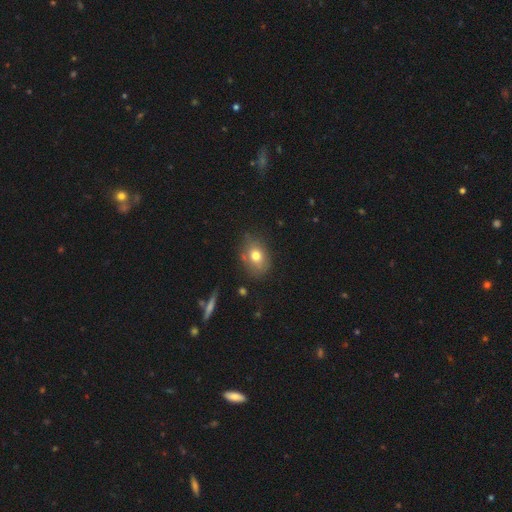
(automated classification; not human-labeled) Overall: smooth (72%). How rounded: in between (65%; round 34%). Merging: none (72%).